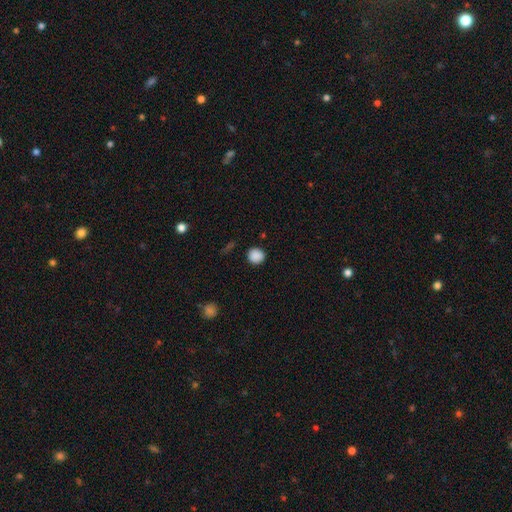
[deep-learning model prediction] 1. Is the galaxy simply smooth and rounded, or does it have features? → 87% smooth, 10% star or artifact, 3% featured or disk.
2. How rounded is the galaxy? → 90% round, 9% in between, 1% cigar-shaped.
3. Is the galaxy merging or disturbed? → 89% none, 7% minor disturbance, 2% major disturbance, 1% merger.